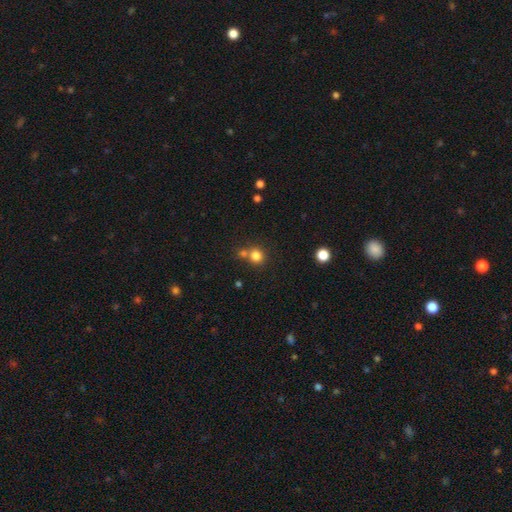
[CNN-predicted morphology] Overall: smooth (80%). How rounded: round (88%). Merging: none (59%; merger 30%).